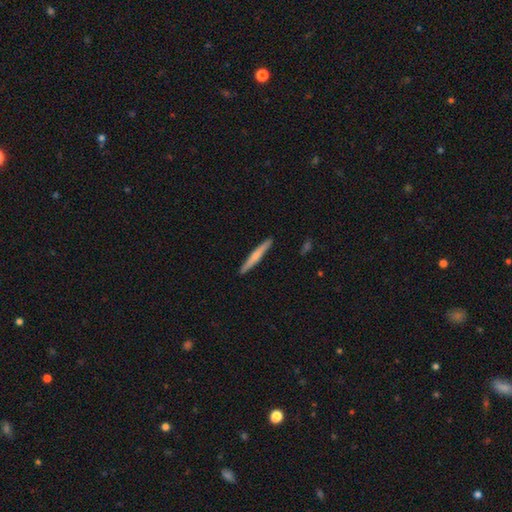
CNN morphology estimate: A smooth galaxy with no disk features (57%) that is cigar-shaped (96%).

Vote fractions:
- Smooth or featured? smooth: 57% / featured or disk: 38% / star or artifact: 5%
- How rounded? cigar-shaped: 96% / in between: 3% / round: 1%
- Merging? none: 91% / minor disturbance: 6% / major disturbance: 1% / merger: 1%